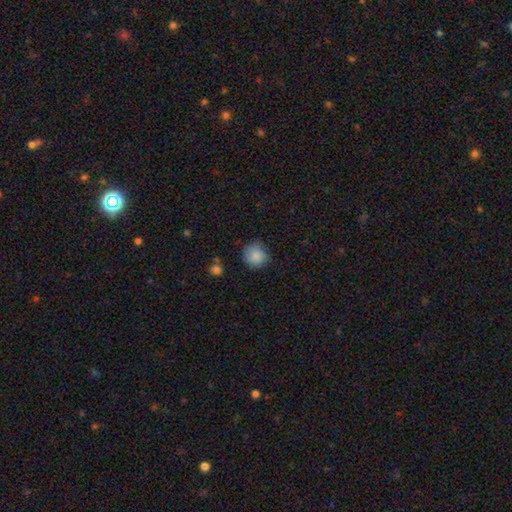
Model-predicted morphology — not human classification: type=smooth (87%); roundness=round (91%); merging=none (76%).